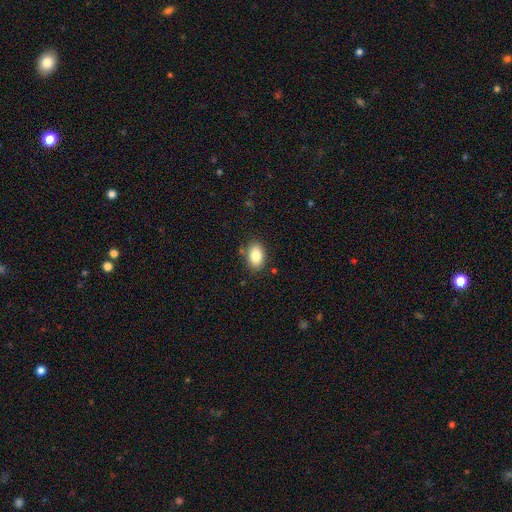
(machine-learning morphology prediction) Smooth or featured? smooth (84%)
How rounded? in between (85%)
Merging? none (83%)